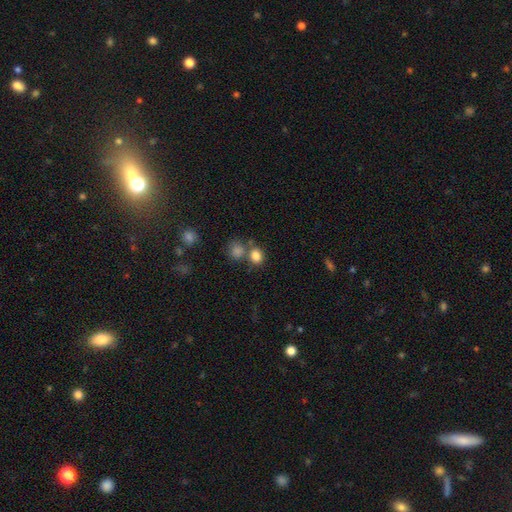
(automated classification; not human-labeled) smooth-or-featured: smooth: 82% | star or artifact: 12% | featured or disk: 6%
  how-rounded: round: 56% | in between: 43% | cigar-shaped: 1%
  merging: none: 56% | merger: 28% | minor disturbance: 11% | major disturbance: 5%